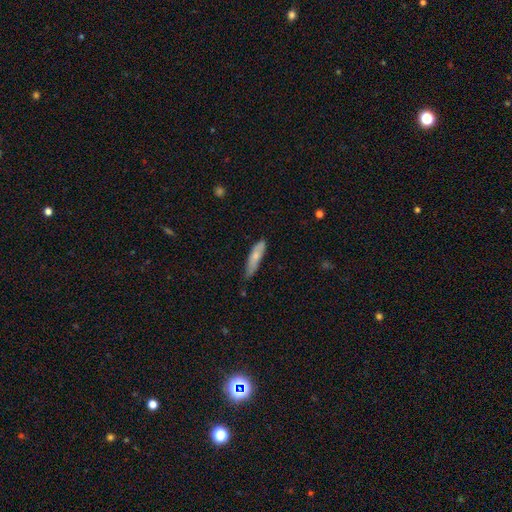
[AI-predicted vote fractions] The model was most divided on "merging": none: 60%, minor disturbance: 32%, major disturbance: 5%, merger: 2%. More confident: how rounded — cigar-shaped (71%); smooth or featured — smooth (71%).